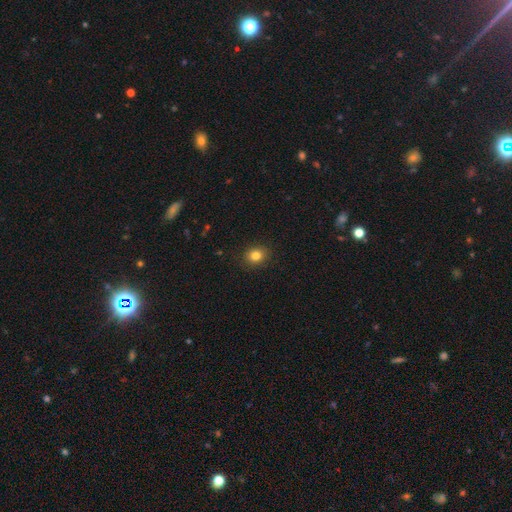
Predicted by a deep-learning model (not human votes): This is clearly a smooth galaxy (82%). How rounded: likely round (65%). Merging: clearly none (90%).